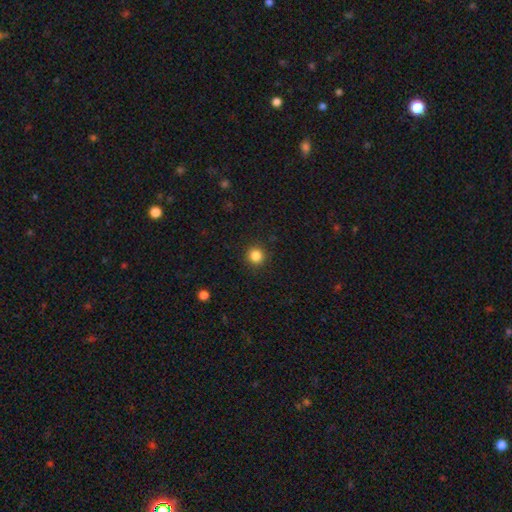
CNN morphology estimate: Smooth or featured?
  - smooth: 85% *
  - star or artifact: 11%
  - featured or disk: 3%
How rounded?
  - round: 93% *
  - in between: 6%
  - cigar-shaped: 1%
Merging?
  - none: 92% *
  - minor disturbance: 5%
  - major disturbance: 2%
  - merger: 1%